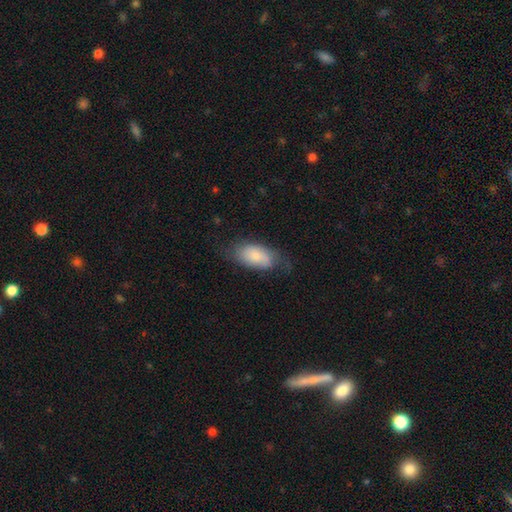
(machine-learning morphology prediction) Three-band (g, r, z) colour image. It shows a smooth galaxy with no disk features (74%) that is in between round and cigar-shaped (93%). Merging: none (60%).